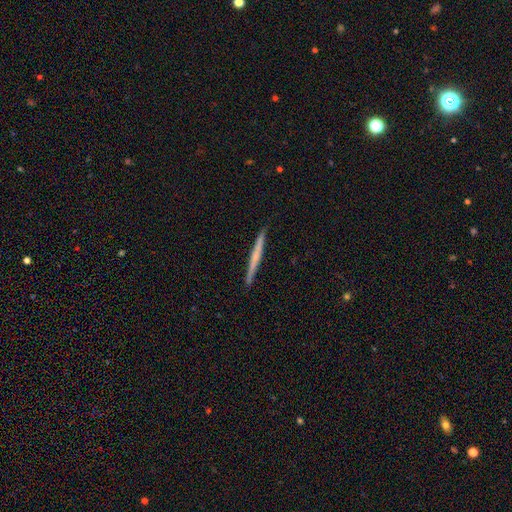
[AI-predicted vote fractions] This is possibly a featured or disk galaxy (56%). It is clearly viewed edge-on (98%). Edge-on bulge: likely none (68%). Merging: clearly none (92%).